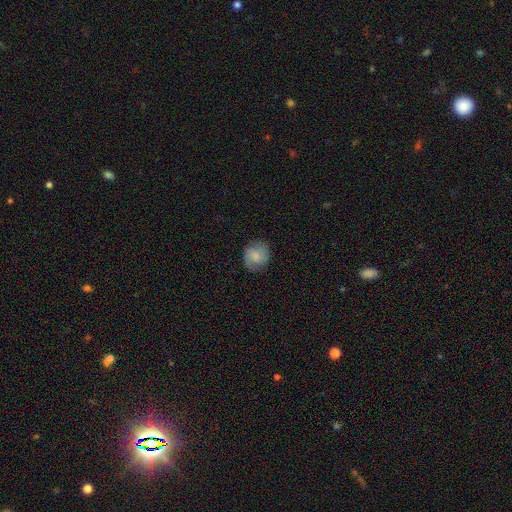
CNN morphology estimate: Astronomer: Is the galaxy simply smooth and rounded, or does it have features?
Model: smooth — 73%.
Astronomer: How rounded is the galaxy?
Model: round — 79%.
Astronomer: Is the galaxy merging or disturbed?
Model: none — 78%.